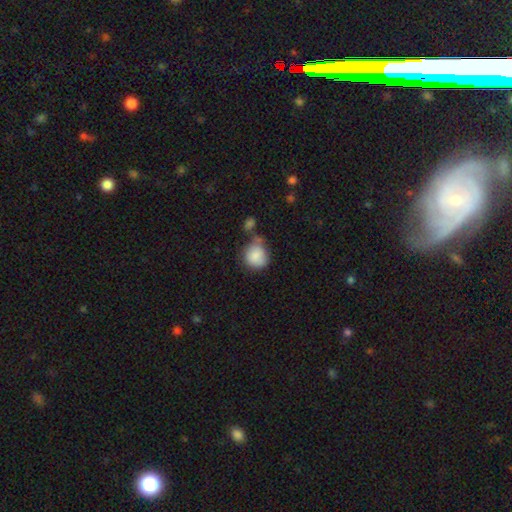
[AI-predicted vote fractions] Morphology: type=smooth (82%); roundness=round (80%); merging=none (46%).